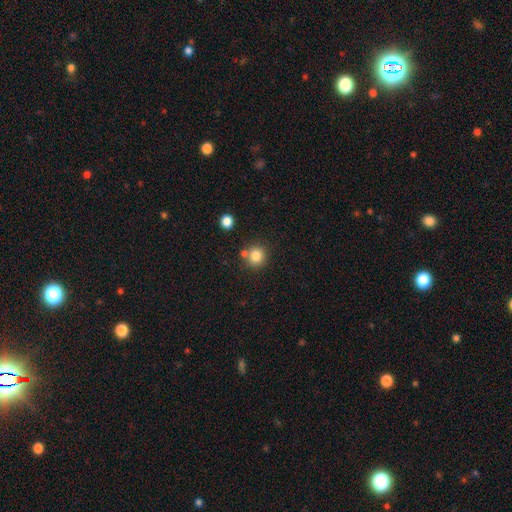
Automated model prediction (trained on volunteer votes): smooth 83%, star or artifact 11%, featured or disk 6%. Down the decision tree: how rounded — round (90%); merging — none (73%).